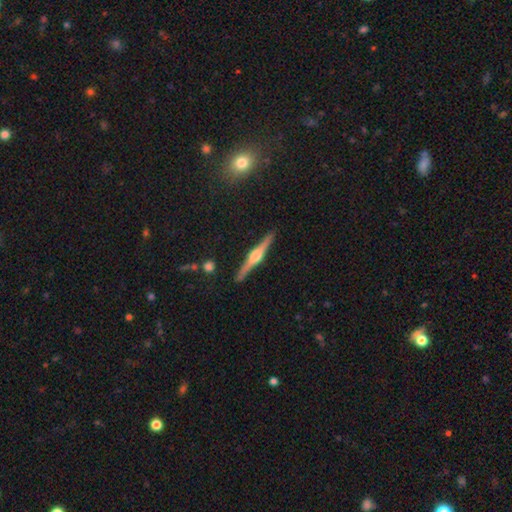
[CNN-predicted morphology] The model was most divided on "smooth or featured": featured or disk: 83%, smooth: 12%, star or artifact: 5%. More confident: edge-on disk — yes (98%); merging — none (91%); edge-on bulge — rounded (91%).